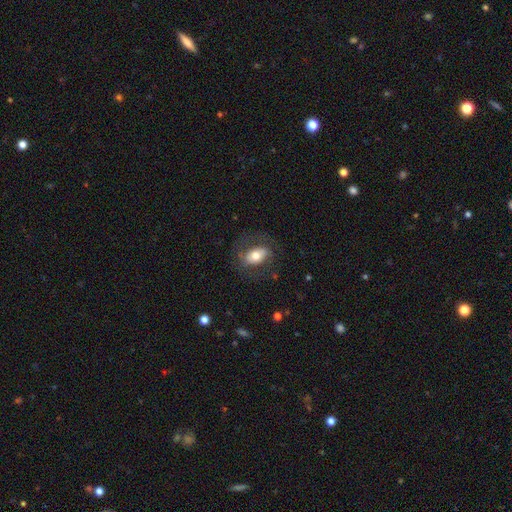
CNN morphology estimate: Smooth or featured? smooth (57%)
How rounded? in between (82%)
Merging? none (69%)